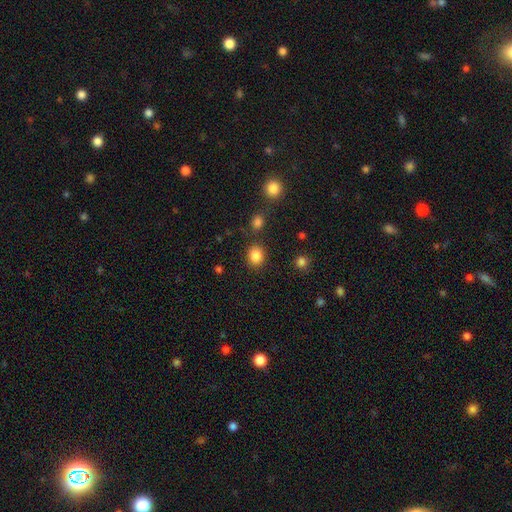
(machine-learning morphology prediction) This is clearly a smooth galaxy (86%). How rounded: likely round (71%). Merging: clearly none (83%).